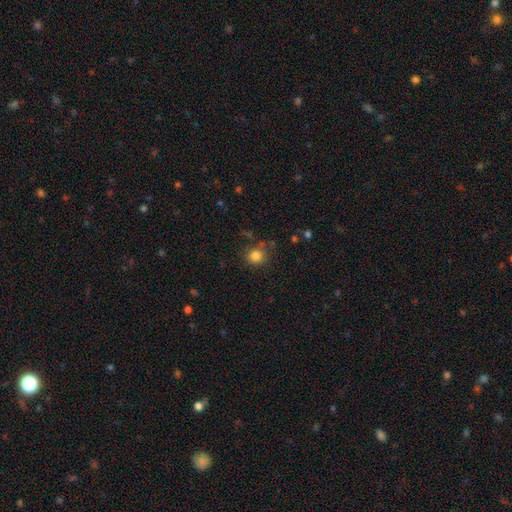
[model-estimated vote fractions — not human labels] smooth_or_featured: smooth (p=0.82) [alt: star or artifact p=0.12]
how_rounded: round (p=0.83) [alt: in between p=0.16]
merging: none (p=0.78) [alt: minor disturbance p=0.13]